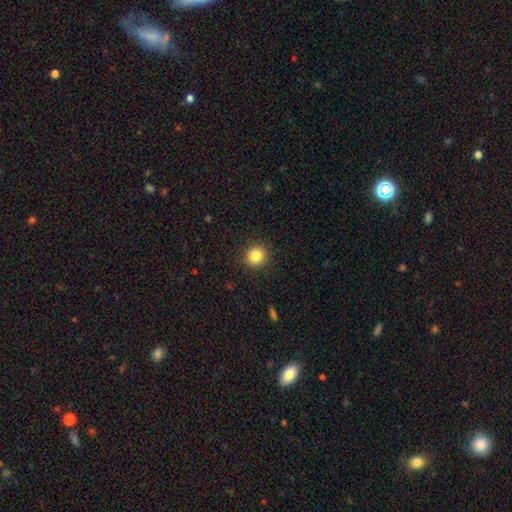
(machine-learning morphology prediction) This appears to be a smooth galaxy with no disk features (84%) that is round (91%). Merging: none (91%).